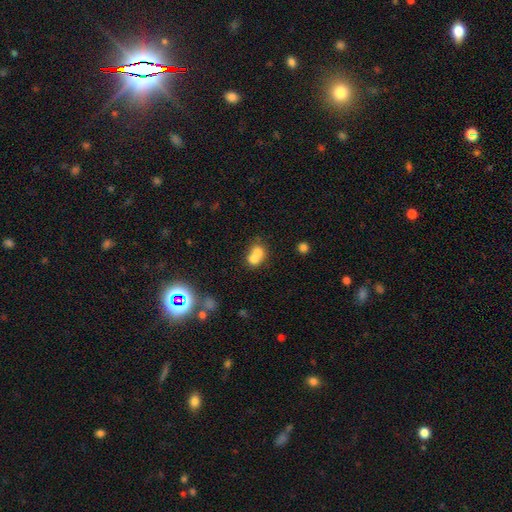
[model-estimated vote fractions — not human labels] This is likely a smooth galaxy (69%). How rounded: possibly round (60%). Merging: likely merger (68%).